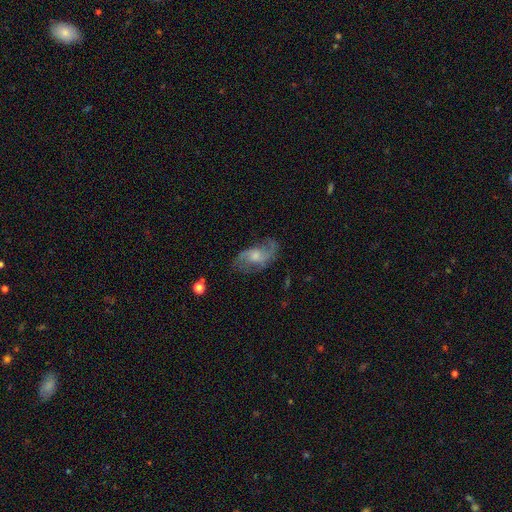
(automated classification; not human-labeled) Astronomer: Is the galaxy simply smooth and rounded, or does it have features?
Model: featured or disk — 74%.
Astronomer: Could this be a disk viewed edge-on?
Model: no — 95%.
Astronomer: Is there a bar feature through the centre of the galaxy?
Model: no — 62%.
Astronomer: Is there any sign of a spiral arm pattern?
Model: yes — 89%.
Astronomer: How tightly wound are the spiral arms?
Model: loose — 52% (runner-up: medium, 36%).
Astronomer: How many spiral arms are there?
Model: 2 — 74%.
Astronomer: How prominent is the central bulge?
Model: moderate — 46% (runner-up: small, 38%).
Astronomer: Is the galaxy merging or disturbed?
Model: none — 61%.